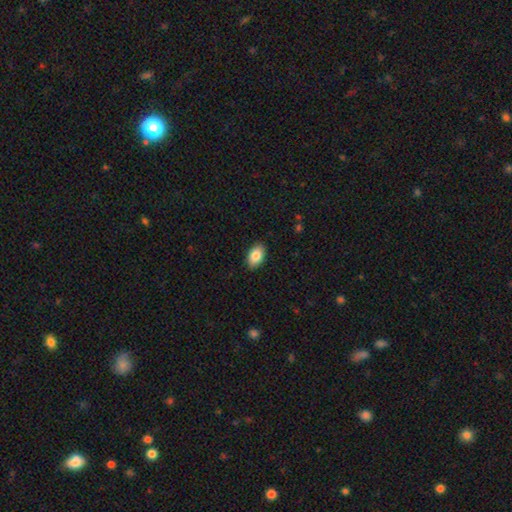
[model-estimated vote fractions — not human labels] Smooth or featured? smooth (84%)
How rounded? in between (92%)
Merging? none (89%)